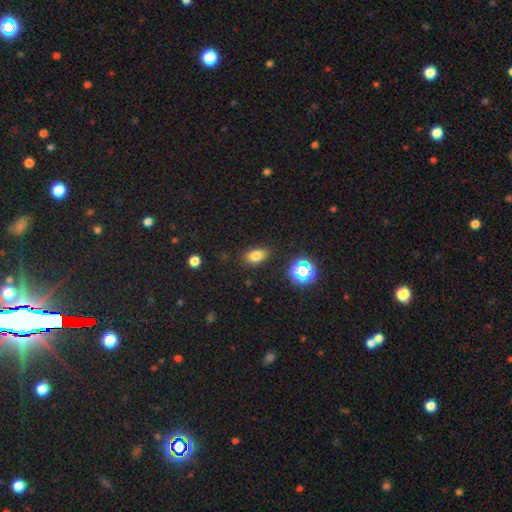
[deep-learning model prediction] Overall: smooth (76%). How rounded: in between (83%). Merging: none (84%).